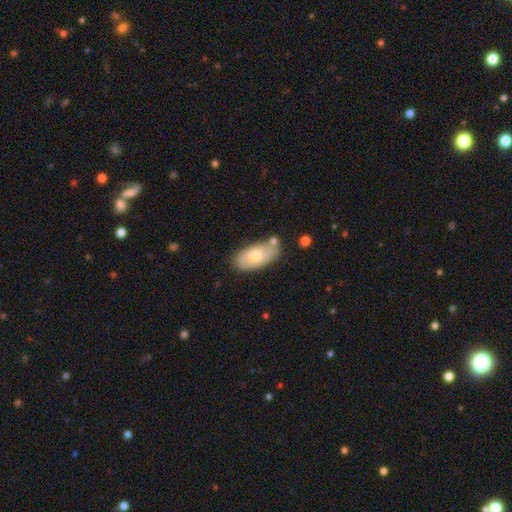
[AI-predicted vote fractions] Q: Smooth or featured?
A: smooth (69%); runner-up: featured or disk (25%)
Q: How rounded?
A: in between (93%); runner-up: cigar-shaped (5%)
Q: Merging?
A: none (66%); runner-up: minor disturbance (20%)